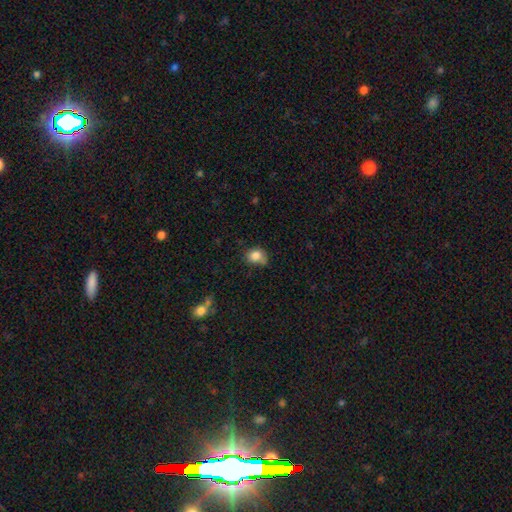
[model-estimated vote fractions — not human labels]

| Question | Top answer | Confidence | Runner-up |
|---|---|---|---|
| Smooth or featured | smooth | 83% | star or artifact (10%) |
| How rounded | round | 56% | in between (43%) |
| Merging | none | 56% | minor disturbance (31%) |